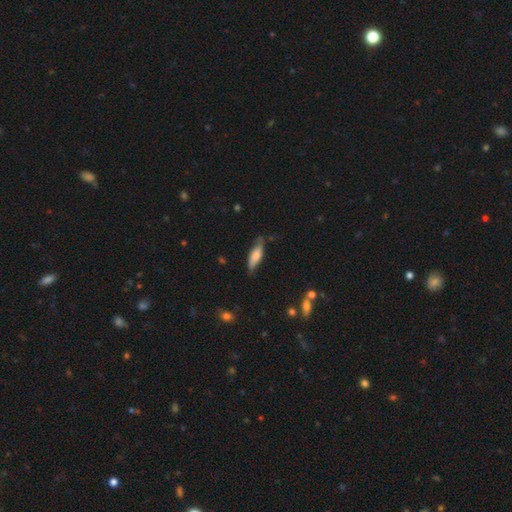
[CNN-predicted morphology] A smooth galaxy with no disk features (70%) that is in between round and cigar-shaped (50%).

Vote fractions:
- Smooth or featured? smooth: 70% / featured or disk: 24% / star or artifact: 6%
- How rounded? in between: 50% / cigar-shaped: 48% / round: 2%
- Merging? none: 69% / minor disturbance: 24% / major disturbance: 4% / merger: 2%